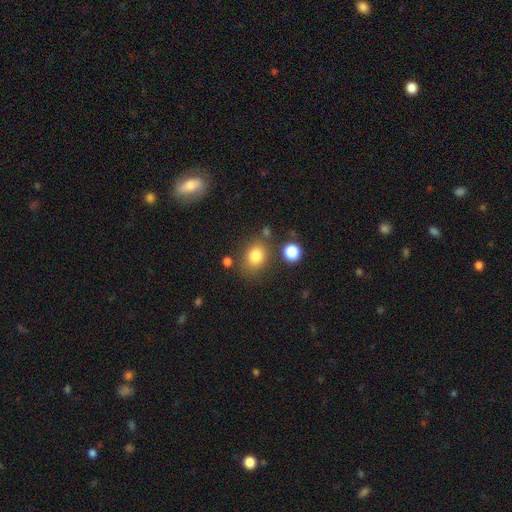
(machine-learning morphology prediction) A smooth galaxy with no disk features (82%) that is in between round and cigar-shaped (51%).

Vote fractions:
- Smooth or featured? smooth: 82% / star or artifact: 11% / featured or disk: 8%
- How rounded? in between: 51% / round: 48% / cigar-shaped: 1%
- Merging? none: 73% / minor disturbance: 14% / merger: 8% / major disturbance: 5%